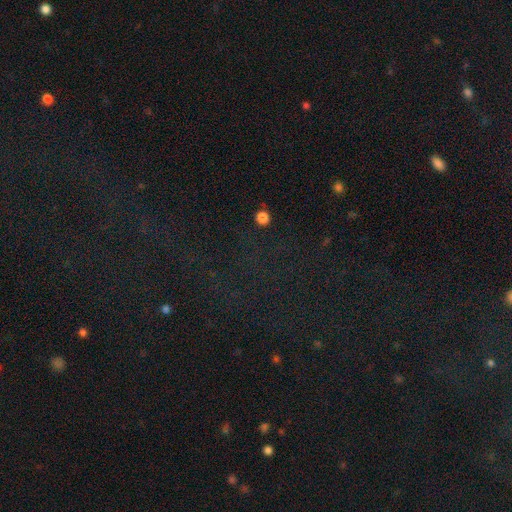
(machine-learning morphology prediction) This appears to be a star or artifact, not a galaxy (76%).